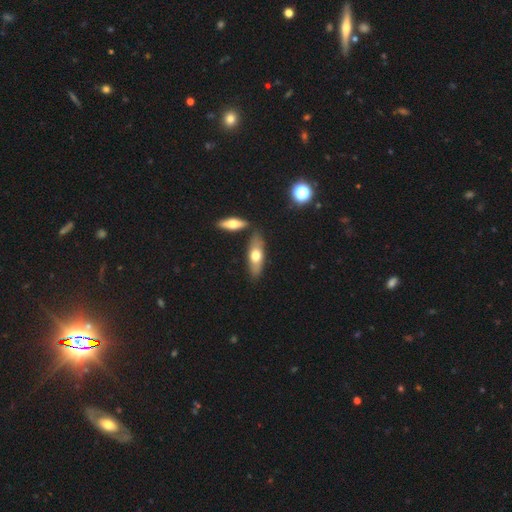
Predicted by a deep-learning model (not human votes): This is possibly a smooth galaxy (57%). How rounded: possibly in between (55%). Merging: likely none (78%).